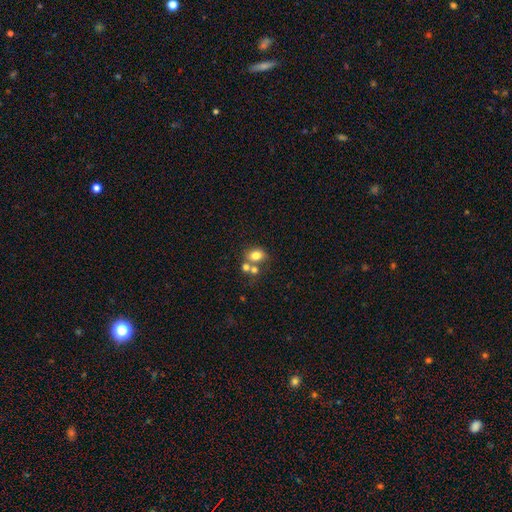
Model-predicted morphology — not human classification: smooth_or_featured: smooth (p=0.76) [alt: featured or disk p=0.12]
how_rounded: in between (p=0.55) [alt: round p=0.44]
merging: none (p=0.48) [alt: merger p=0.36]